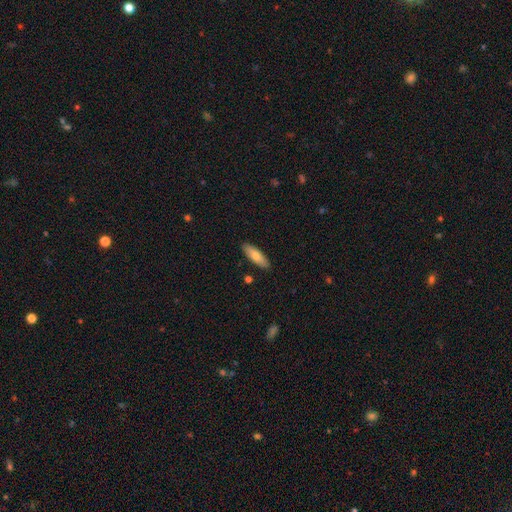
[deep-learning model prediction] Smooth or featured? smooth (77%)
How rounded? in between (52%)
Merging? none (88%)